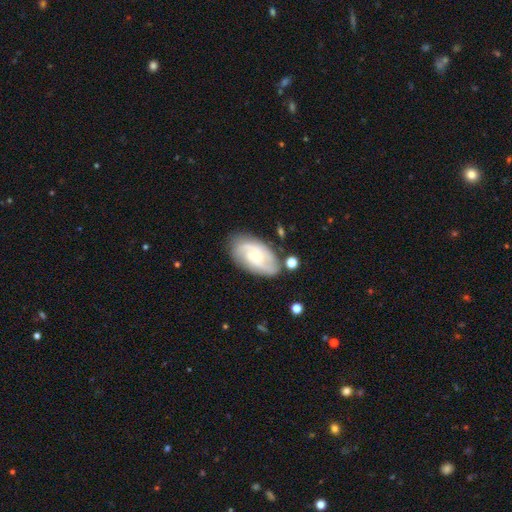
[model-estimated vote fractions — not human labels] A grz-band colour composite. It shows a featured or disk galaxy (74%) with no bar (56%), 2 (51%) tight (47%) spiral arms (93%) and a small central bulge (65%). Merging: none (74%).